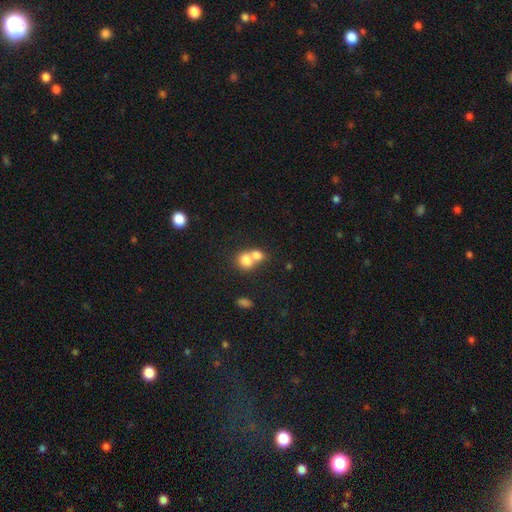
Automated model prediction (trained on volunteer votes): Morphology: type=smooth (75%); roundness=round (68%); merging=merger (67%).